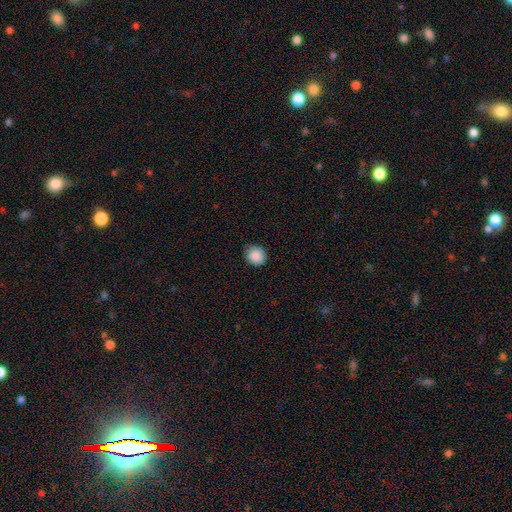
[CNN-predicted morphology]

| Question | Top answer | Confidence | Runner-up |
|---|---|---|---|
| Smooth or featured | smooth | 88% | star or artifact (9%) |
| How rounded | round | 89% | in between (10%) |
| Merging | none | 82% | minor disturbance (14%) |